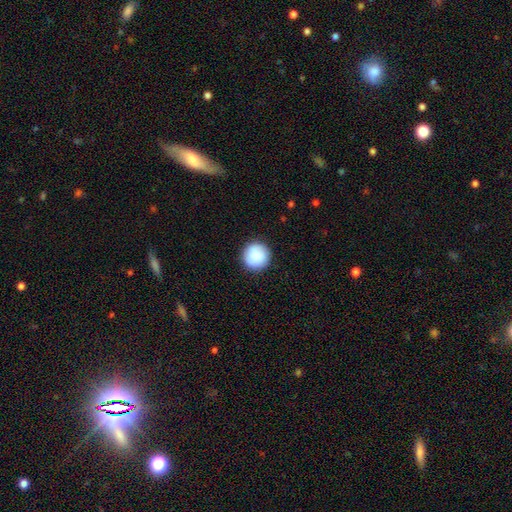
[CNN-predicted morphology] The model was most divided on "smooth or featured": smooth: 87%, featured or disk: 7%, star or artifact: 7%. More confident: how rounded — round (96%); merging — none (91%).